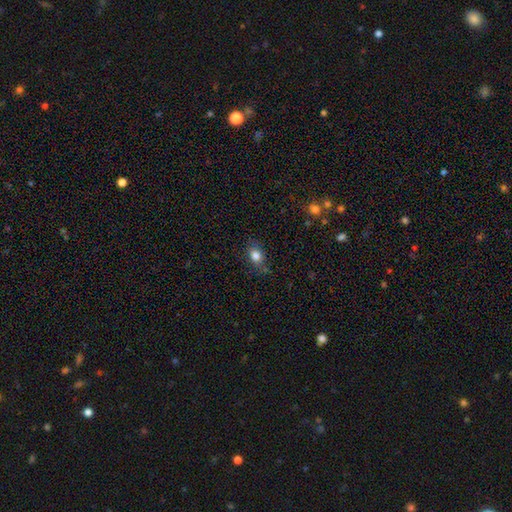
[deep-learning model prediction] smooth_or_featured: smooth (p=0.81) [alt: star or artifact p=0.10]
how_rounded: in between (p=0.62) [alt: round p=0.36]
merging: none (p=0.76) [alt: minor disturbance p=0.18]